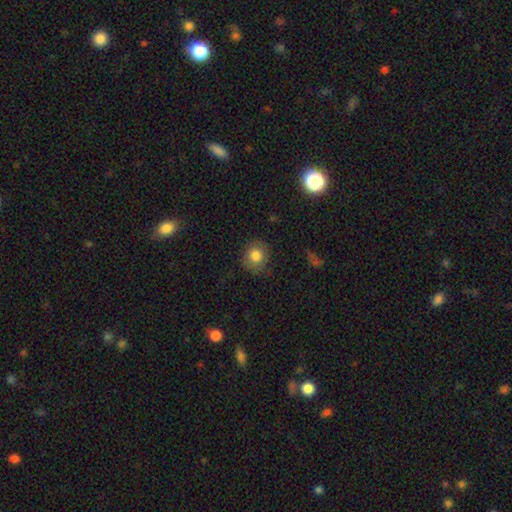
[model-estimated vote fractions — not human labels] A smooth galaxy with no disk features (81%) that is round (85%).

Vote fractions:
- Smooth or featured? smooth: 81% / star or artifact: 10% / featured or disk: 9%
- How rounded? round: 85% / in between: 14% / cigar-shaped: 1%
- Merging? none: 82% / minor disturbance: 13% / major disturbance: 3% / merger: 1%